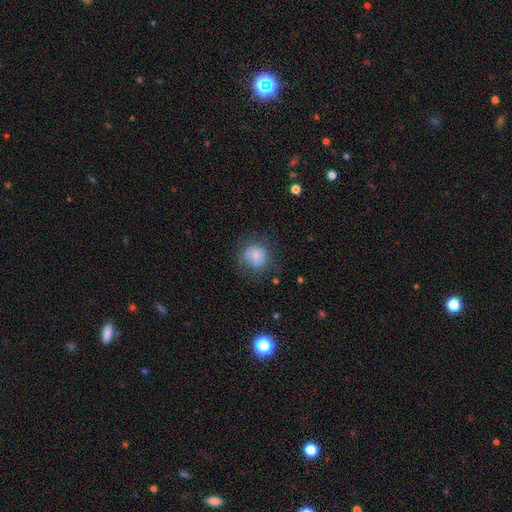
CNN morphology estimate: The model was most divided on "merging": none: 64%, minor disturbance: 22%, major disturbance: 13%, merger: 2%. More confident: how rounded — round (83%); smooth or featured — smooth (76%).